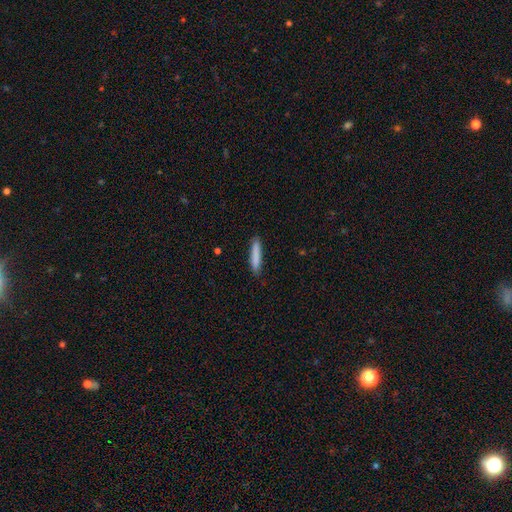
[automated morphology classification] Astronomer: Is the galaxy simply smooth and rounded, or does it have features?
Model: smooth — 84%.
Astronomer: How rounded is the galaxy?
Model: cigar-shaped — 90%.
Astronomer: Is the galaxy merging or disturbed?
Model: none — 87%.